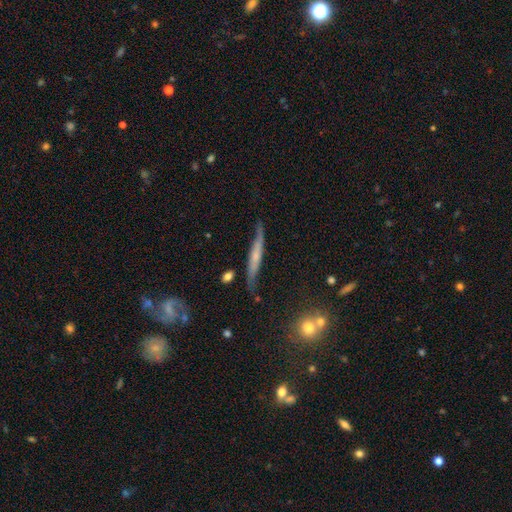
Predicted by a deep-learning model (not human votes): Q: Smooth or featured?
A: featured or disk (59%); runner-up: smooth (34%)
Q: Edge-on disk?
A: yes (83%); runner-up: no (17%)
Q: Merging?
A: none (71%); runner-up: minor disturbance (21%)